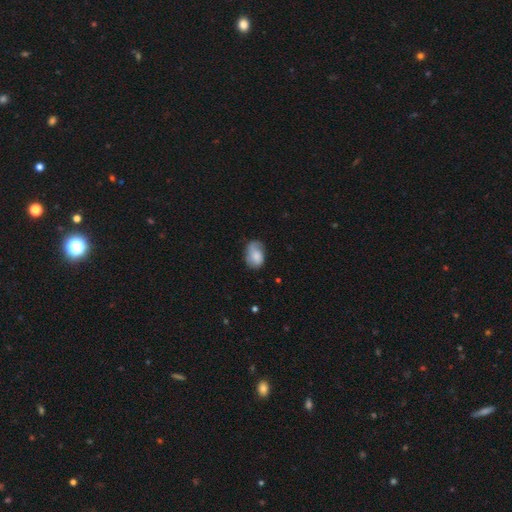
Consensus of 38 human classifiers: Morphology: type=smooth (74%); roundness=in between (86%); merging=minor disturbance (46%).